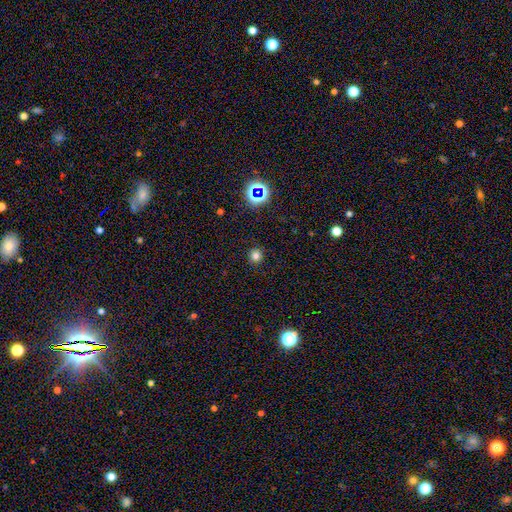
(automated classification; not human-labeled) Smooth or featured?
  - smooth: 76% *
  - star or artifact: 18%
  - featured or disk: 5%
How rounded?
  - round: 92% *
  - in between: 7%
  - cigar-shaped: 1%
Merging?
  - none: 90% *
  - minor disturbance: 7%
  - major disturbance: 3%
  - merger: 1%